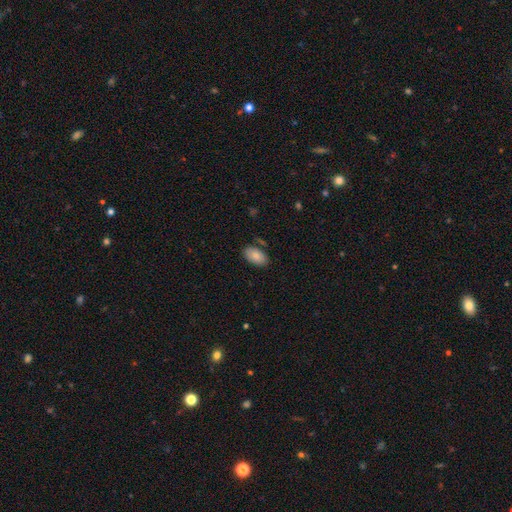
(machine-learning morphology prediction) The model was most divided on "merging": none: 81%, minor disturbance: 12%, merger: 4%, major disturbance: 3%. More confident: how rounded — in between (94%); smooth or featured — smooth (84%).